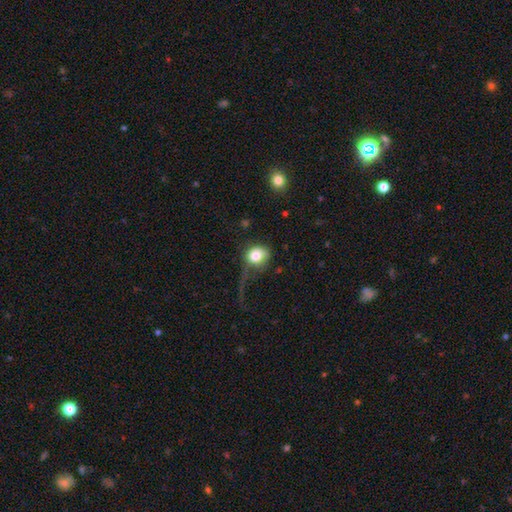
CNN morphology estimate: Overall: smooth (78%). How rounded: round (70%). Merging: major disturbance (41%; none 33%).